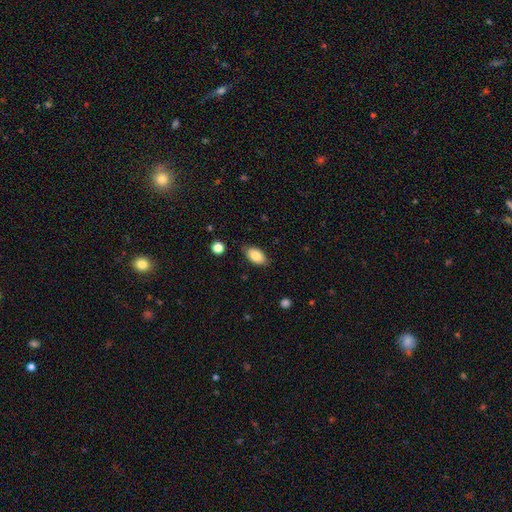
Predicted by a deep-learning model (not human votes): Morphology: type=smooth (84%); roundness=in between (93%); merging=none (82%).